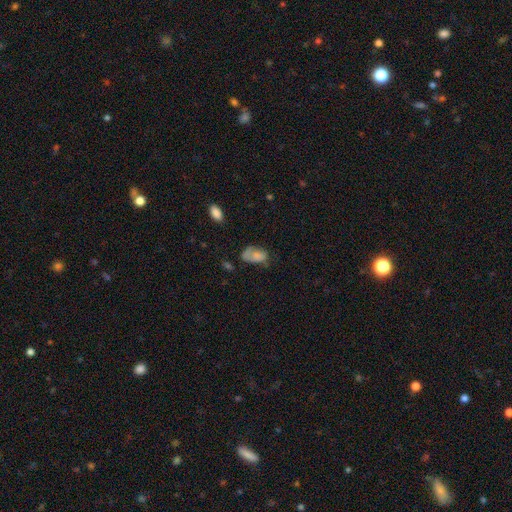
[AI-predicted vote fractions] This is likely a smooth galaxy (69%). How rounded: clearly in between (90%). Merging: marginally none (39%).